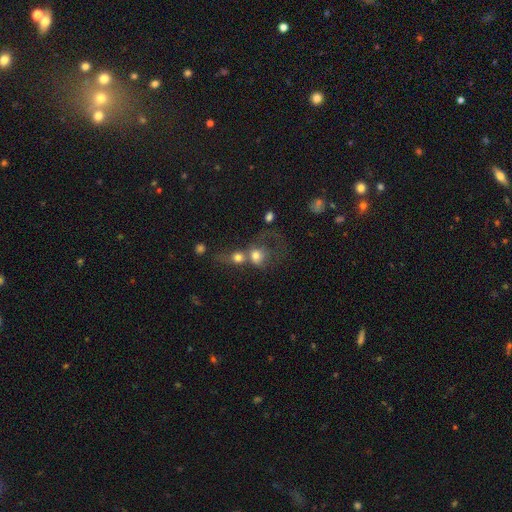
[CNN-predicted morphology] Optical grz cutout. It shows a smooth galaxy with no disk features (65%) that is round (68%). Merging: merger (65%).